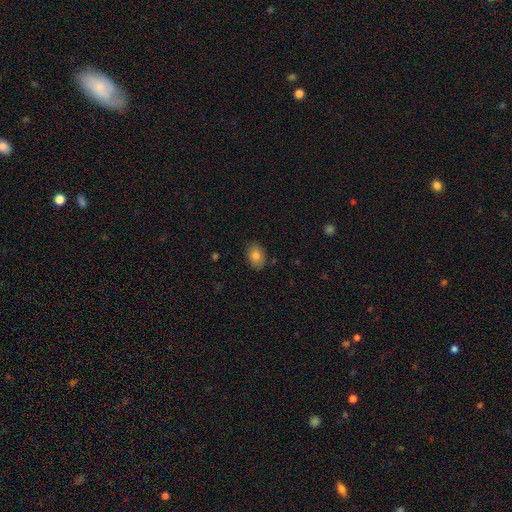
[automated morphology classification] type=smooth (81%); roundness=in between (77%); merging=none (86%).